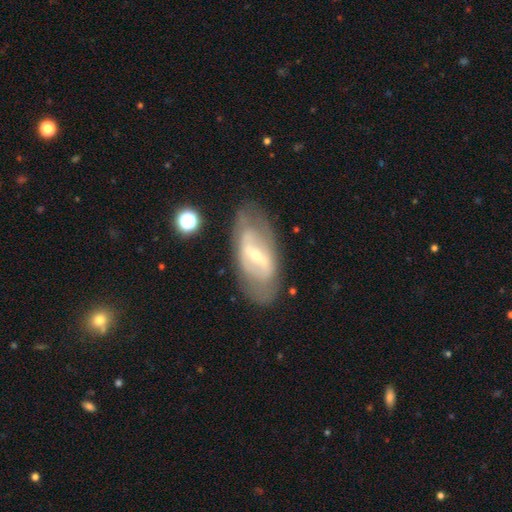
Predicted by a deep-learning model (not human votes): featured or disk 74%, smooth 19%, star or artifact 7%. Down the decision tree: edge-on disk — no (88%); bar — strong (61%); spiral arms — yes (55%); bulge size — small (61%); merging — none (74%).